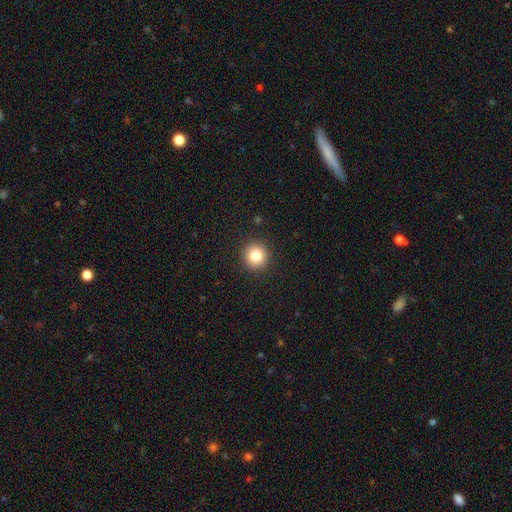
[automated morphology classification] Smooth or featured: smooth — 82% (star or artifact — 11%)
How rounded: round — 94% (in between — 5%)
Merging: none — 92% (minor disturbance — 5%)